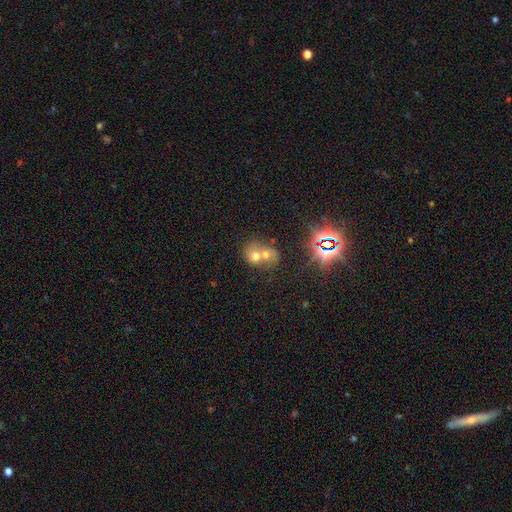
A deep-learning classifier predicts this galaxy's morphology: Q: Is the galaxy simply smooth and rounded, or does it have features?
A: smooth — 58%.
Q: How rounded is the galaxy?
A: round — 60%.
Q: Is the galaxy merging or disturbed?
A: merger — 73%.